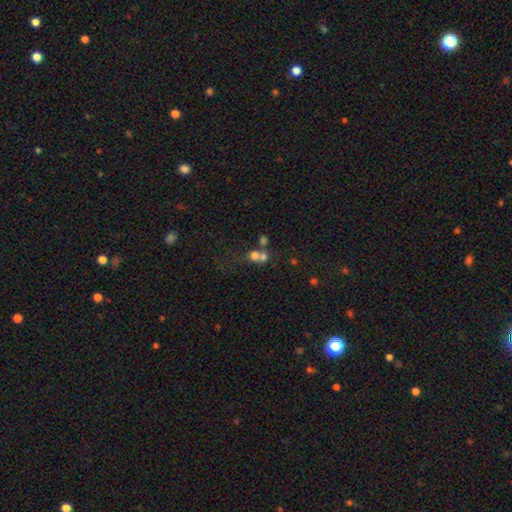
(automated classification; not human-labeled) This appears to be a smooth galaxy with no disk features (65%) that is round (81%). Merging: merger (58%).